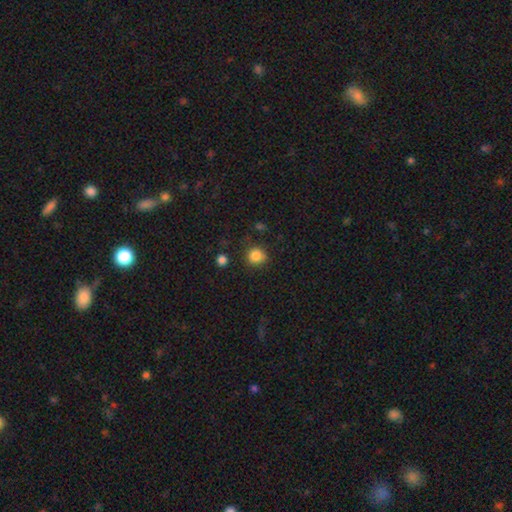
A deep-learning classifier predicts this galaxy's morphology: Smooth or featured: smooth — 84% (star or artifact — 12%)
How rounded: round — 86% (in between — 13%)
Merging: none — 81% (minor disturbance — 12%)